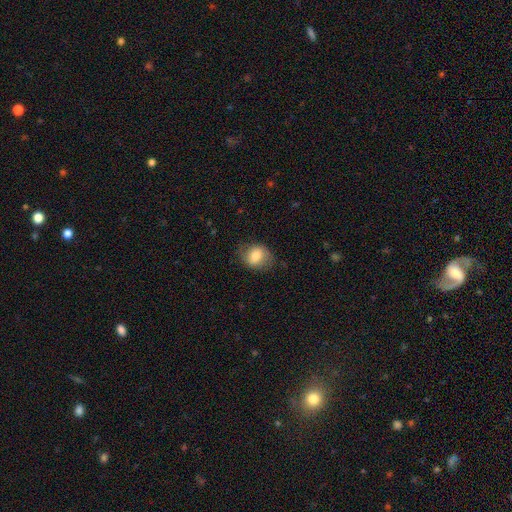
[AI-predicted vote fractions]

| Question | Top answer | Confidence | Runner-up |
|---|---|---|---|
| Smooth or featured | smooth | 73% | featured or disk (19%) |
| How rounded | in between | 50% | round (49%) |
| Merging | none | 72% | minor disturbance (20%) |